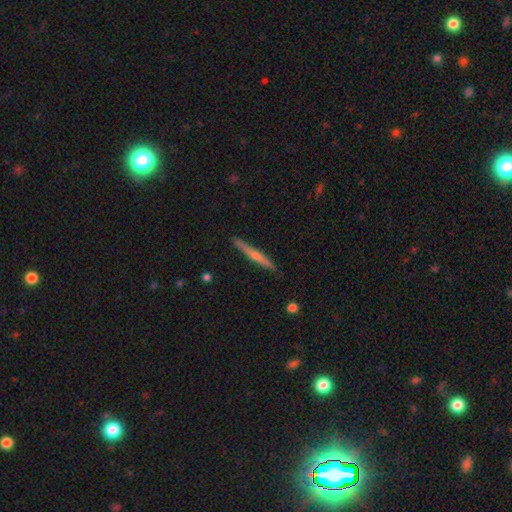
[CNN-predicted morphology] Smooth or featured: featured or disk — 52% (smooth — 42%)
Edge-on disk: yes — 97% (no — 3%)
Edge-on bulge: rounded — 55% (none — 38%)
Merging: none — 89% (minor disturbance — 8%)